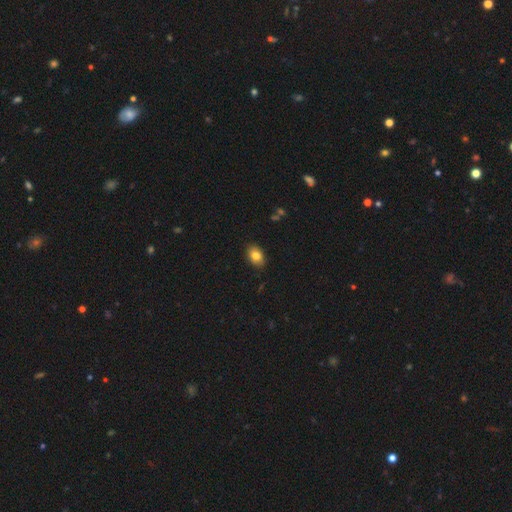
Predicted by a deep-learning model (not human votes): A smooth galaxy with no disk features (83%) that is in between round and cigar-shaped (81%).

Vote fractions:
- Smooth or featured? smooth: 83% / featured or disk: 9% / star or artifact: 8%
- How rounded? in between: 81% / round: 17% / cigar-shaped: 1%
- Merging? none: 87% / minor disturbance: 10% / major disturbance: 2% / merger: 1%